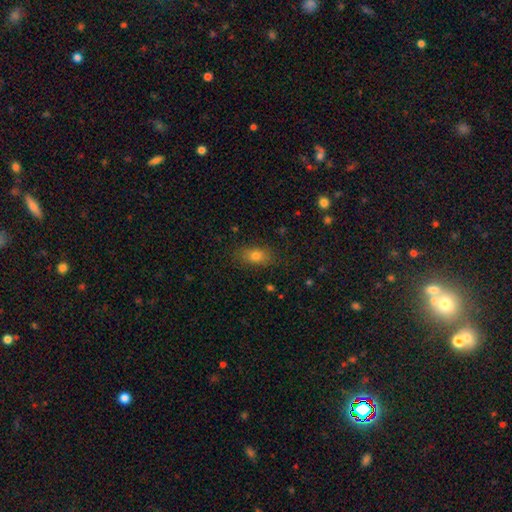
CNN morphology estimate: Smooth or featured?
  - smooth: 77% *
  - star or artifact: 12%
  - featured or disk: 11%
How rounded?
  - in between: 80% *
  - round: 15%
  - cigar-shaped: 5%
Merging?
  - none: 83% *
  - minor disturbance: 12%
  - major disturbance: 3%
  - merger: 1%